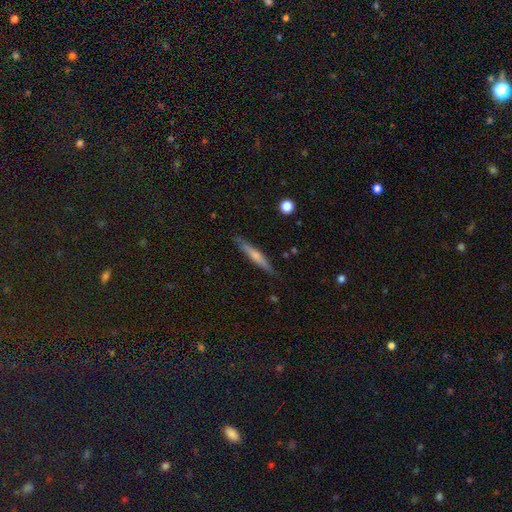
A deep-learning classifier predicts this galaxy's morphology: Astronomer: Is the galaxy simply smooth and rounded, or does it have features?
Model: smooth — 57% (runner-up: featured or disk, 37%).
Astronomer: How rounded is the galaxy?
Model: cigar-shaped — 93%.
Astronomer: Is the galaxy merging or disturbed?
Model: none — 85%.